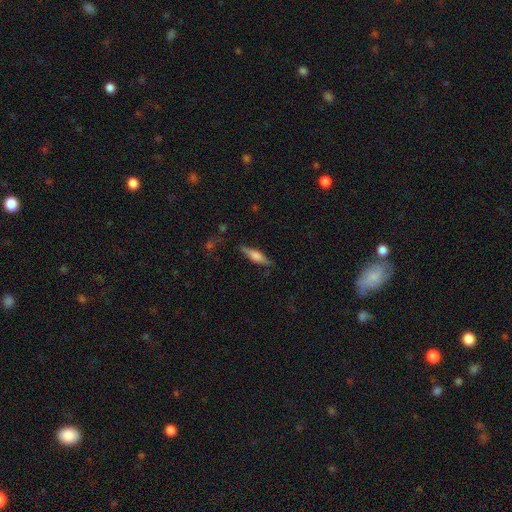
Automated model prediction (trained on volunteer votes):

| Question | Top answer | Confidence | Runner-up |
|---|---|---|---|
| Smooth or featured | smooth | 50% | featured or disk (43%) |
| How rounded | cigar-shaped | 67% | in between (31%) |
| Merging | none | 78% | minor disturbance (15%) |